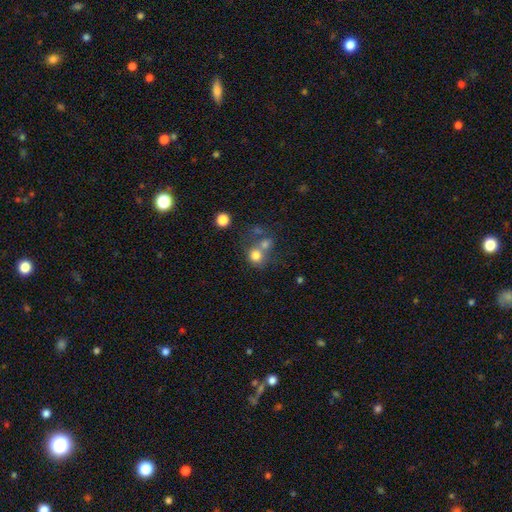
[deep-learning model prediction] The model was most divided on "merging": merger: 43%, none: 41%, minor disturbance: 9%, major disturbance: 6%. More confident: how rounded — round (79%); smooth or featured — smooth (76%).